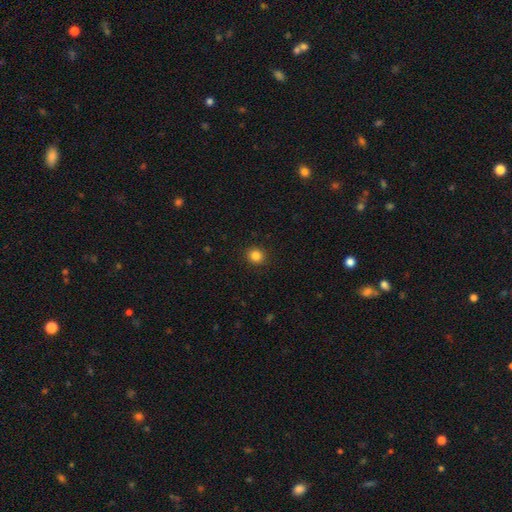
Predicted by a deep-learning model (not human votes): smooth_or_featured: smooth (p=0.85) [alt: star or artifact p=0.12]
how_rounded: round (p=0.85) [alt: in between p=0.14]
merging: none (p=0.92) [alt: minor disturbance p=0.06]